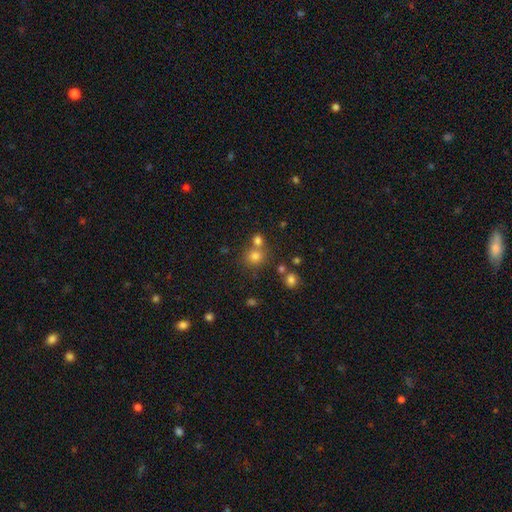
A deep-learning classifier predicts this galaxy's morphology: This is likely a smooth galaxy (71%). How rounded: clearly round (88%). Merging: likely none (60%).